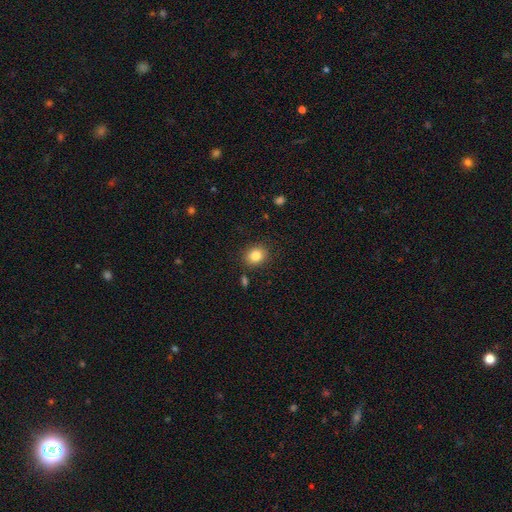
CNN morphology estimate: A smooth galaxy with no disk features (83%) that is round (66%).

Vote fractions:
- Smooth or featured? smooth: 83% / star or artifact: 10% / featured or disk: 7%
- How rounded? round: 66% / in between: 33% / cigar-shaped: 1%
- Merging? none: 87% / minor disturbance: 8% / major disturbance: 2% / merger: 2%